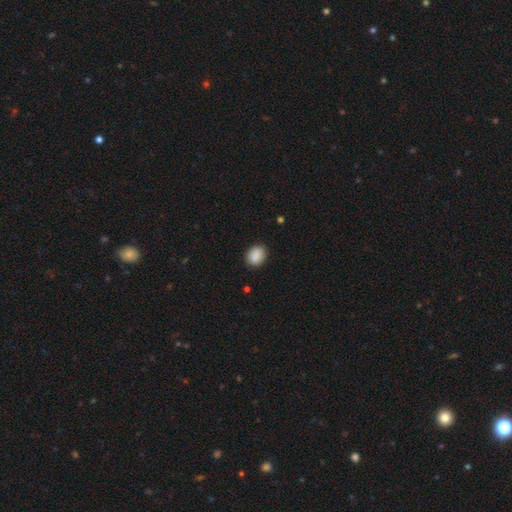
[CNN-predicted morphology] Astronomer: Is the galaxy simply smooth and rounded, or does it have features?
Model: smooth — 89%.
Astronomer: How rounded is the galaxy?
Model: in between — 58% (runner-up: round, 40%).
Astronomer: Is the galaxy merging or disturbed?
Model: none — 86%.